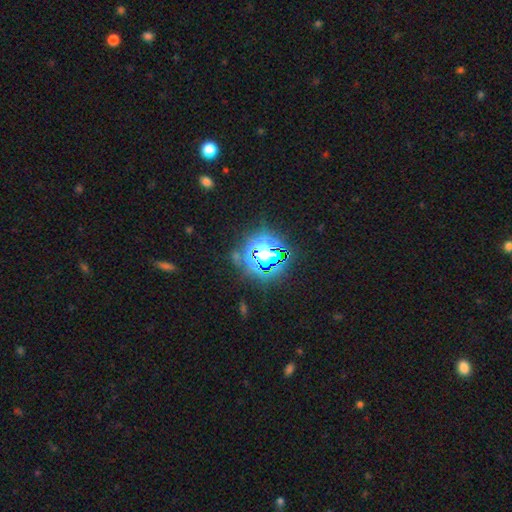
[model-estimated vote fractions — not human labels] star or artifact 72%, smooth 18%, featured or disk 10%.